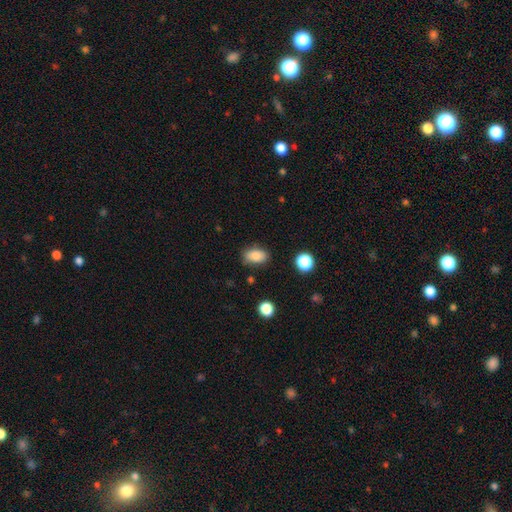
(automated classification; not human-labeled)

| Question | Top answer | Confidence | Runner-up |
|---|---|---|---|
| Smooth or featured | smooth | 85% | star or artifact (9%) |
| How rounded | in between | 89% | round (9%) |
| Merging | none | 82% | minor disturbance (13%) |